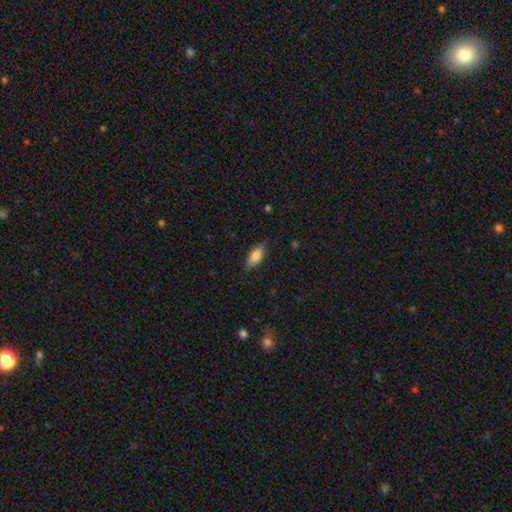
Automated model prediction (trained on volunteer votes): smooth_or_featured: smooth (p=0.84) [alt: featured or disk p=0.09]
how_rounded: in between (p=0.88) [alt: cigar-shaped p=0.09]
merging: none (p=0.82) [alt: minor disturbance p=0.14]